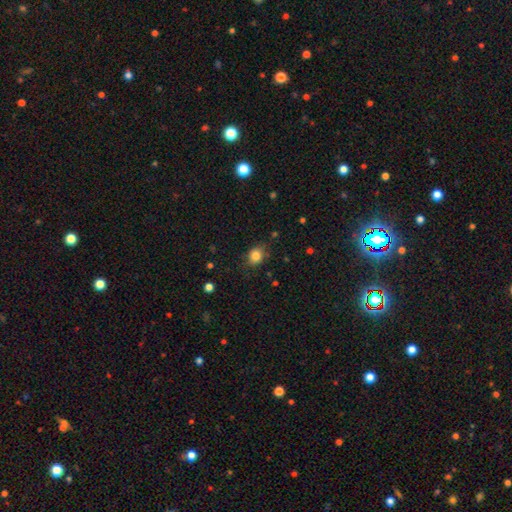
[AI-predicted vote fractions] The model was most divided on "how rounded": round: 56%, in between: 43%, cigar-shaped: 1%. More confident: smooth or featured — smooth (83%); merging — none (77%).